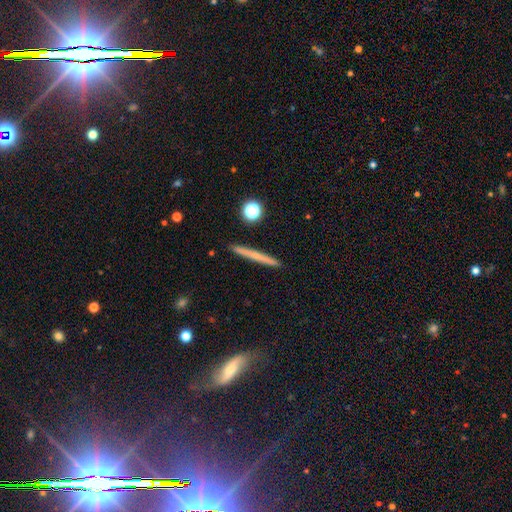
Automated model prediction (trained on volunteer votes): smooth 49%, featured or disk 44%, star or artifact 7%. Down the decision tree: merging — none (91%).